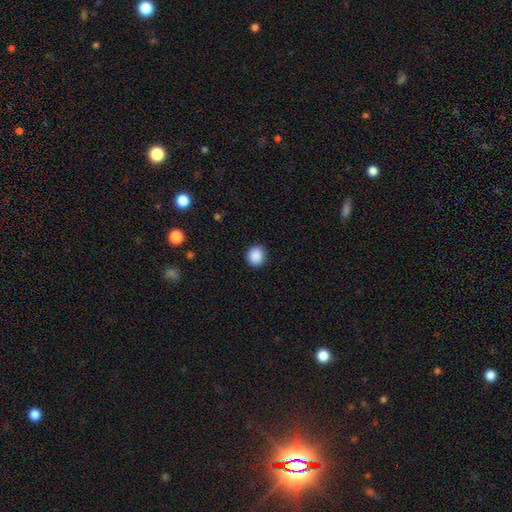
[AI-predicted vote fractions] Overall: smooth (89%). How rounded: round (87%). Merging: none (90%).